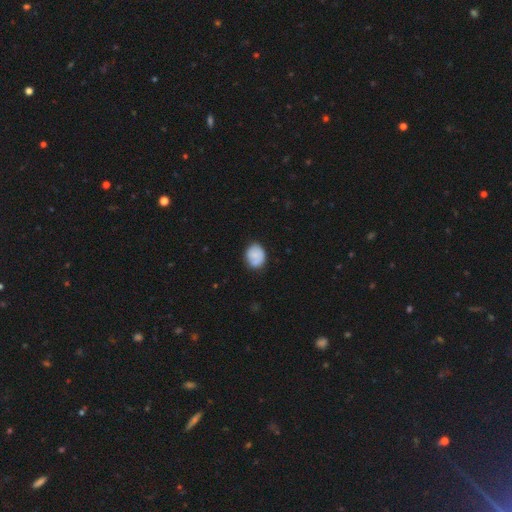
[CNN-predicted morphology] Q: Smooth or featured?
A: smooth (75%); runner-up: featured or disk (17%)
Q: How rounded?
A: round (55%); runner-up: in between (44%)
Q: Merging?
A: none (71%); runner-up: minor disturbance (22%)